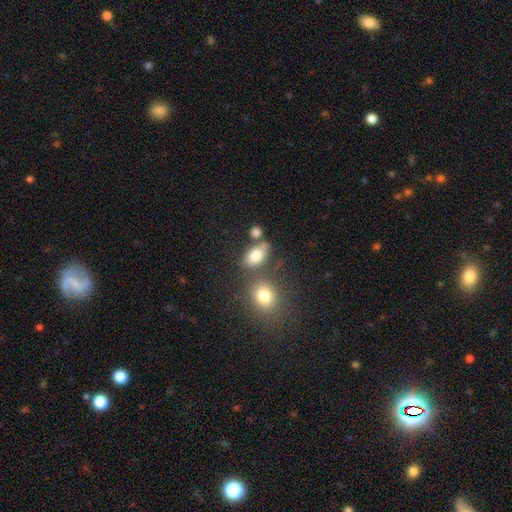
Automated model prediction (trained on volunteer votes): Morphology: type=smooth (79%); roundness=in between (82%); merging=none (58%).